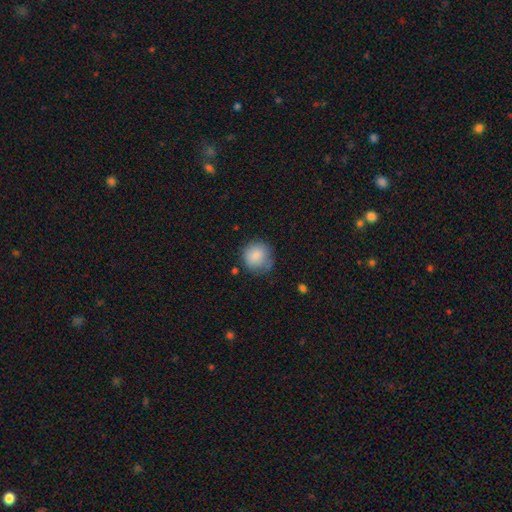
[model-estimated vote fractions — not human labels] Morphology: type=smooth (84%); roundness=round (89%); merging=none (65%).